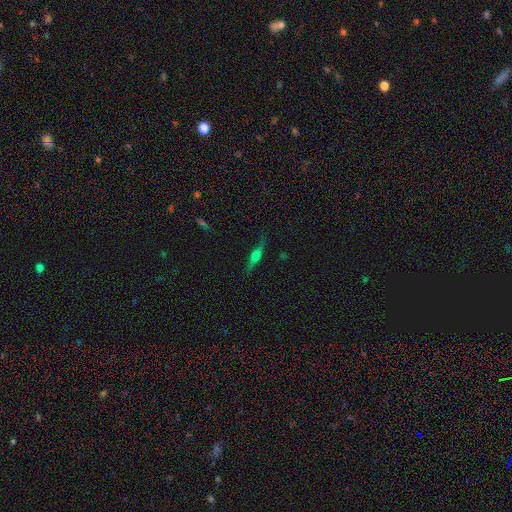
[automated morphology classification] The model was most divided on "smooth or featured": featured or disk: 59%, smooth: 32%, star or artifact: 9%. More confident: edge-on disk — yes (96%); merging — none (85%); edge-on bulge — rounded (81%).